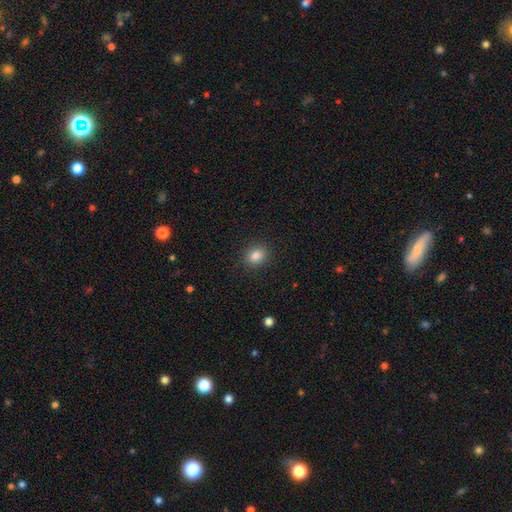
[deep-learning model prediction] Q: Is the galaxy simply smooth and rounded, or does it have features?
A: smooth — 85%.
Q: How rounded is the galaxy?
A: round — 59%.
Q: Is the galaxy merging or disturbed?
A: none — 89%.